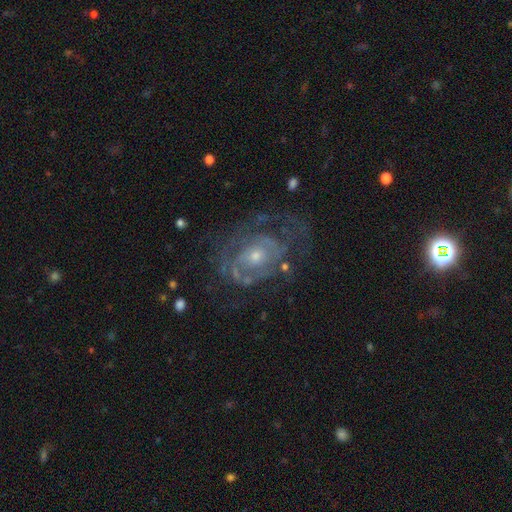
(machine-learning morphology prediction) Smooth or featured? Predicted: featured or disk (p=0.78). Edge-on disk? Predicted: no (p=0.96). Bar? Predicted: no (p=0.79). Spiral arms? Predicted: yes (p=0.68). Spiral winding? Predicted: tight (p=0.57). Spiral arm count? Predicted: can't tell (p=0.50). Bulge size? Predicted: small (p=0.56). Merging? Predicted: none (p=0.59).